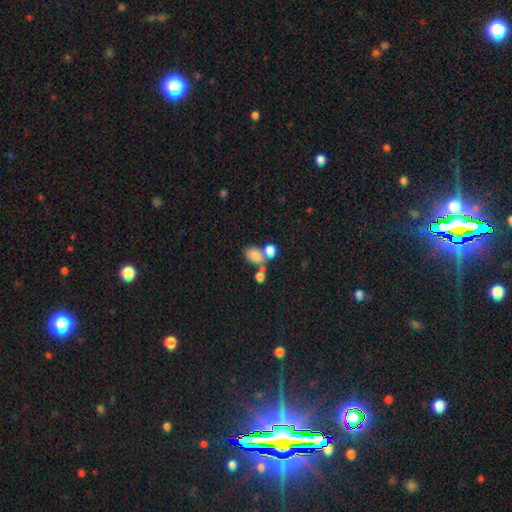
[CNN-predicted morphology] Smooth or featured? Predicted: smooth (p=0.79). How rounded? Predicted: in between (p=0.82). Merging? Predicted: merger (p=0.42).